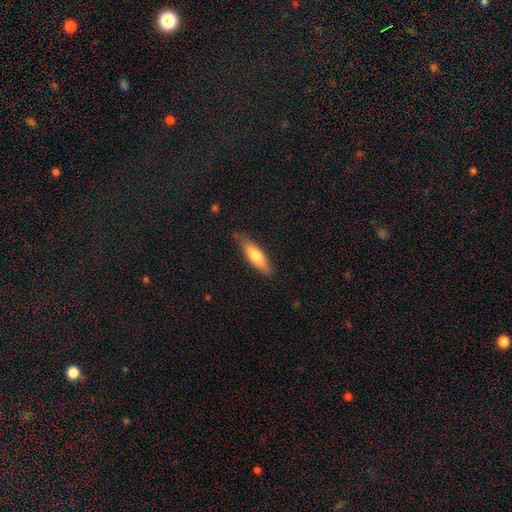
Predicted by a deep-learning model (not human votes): smooth_or_featured: smooth (p=0.70) [alt: featured or disk p=0.25]
how_rounded: cigar-shaped (p=0.50) [alt: in between p=0.48]
merging: none (p=0.75) [alt: minor disturbance p=0.20]